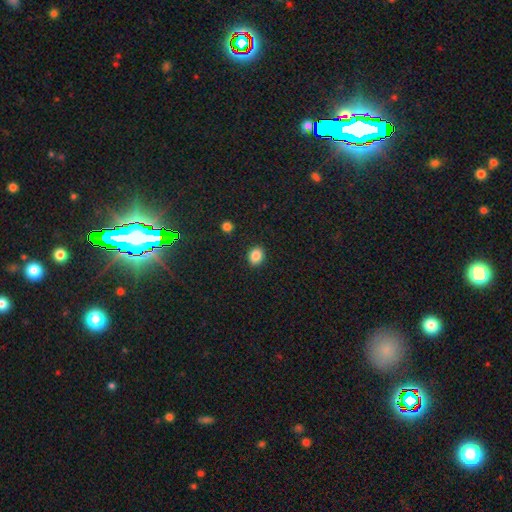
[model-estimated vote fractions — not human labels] The model was most divided on "how rounded": round: 52%, in between: 47%, cigar-shaped: 1%. More confident: merging — none (90%); smooth or featured — smooth (86%).